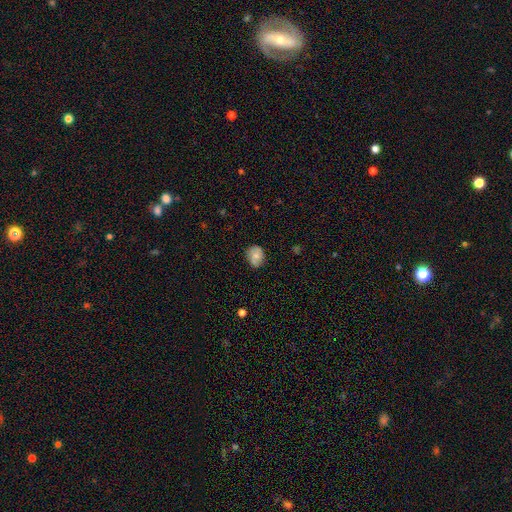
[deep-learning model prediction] Overall: smooth (71%). How rounded: round (51%; in between 48%). Merging: none (67%).